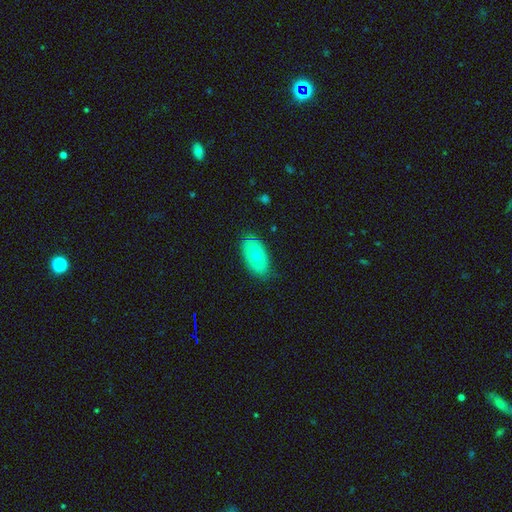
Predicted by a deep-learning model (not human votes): The model was most divided on "smooth or featured": smooth: 71%, featured or disk: 22%, star or artifact: 7%. More confident: how rounded — in between (93%); merging — none (76%).